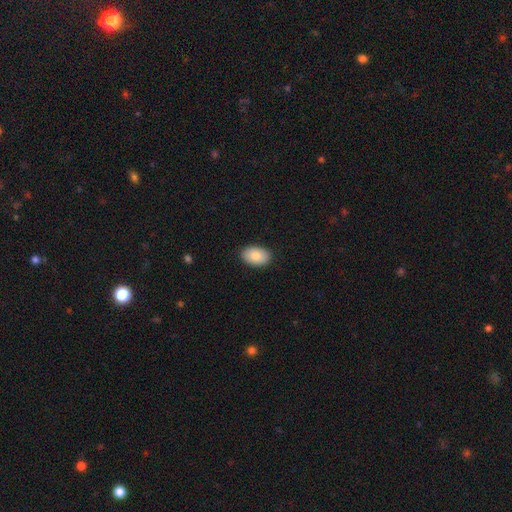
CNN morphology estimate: smooth-or-featured: smooth: 83% | featured or disk: 10% | star or artifact: 7%
  how-rounded: in between: 90% | round: 9% | cigar-shaped: 1%
  merging: none: 90% | minor disturbance: 7% | major disturbance: 2% | merger: 1%